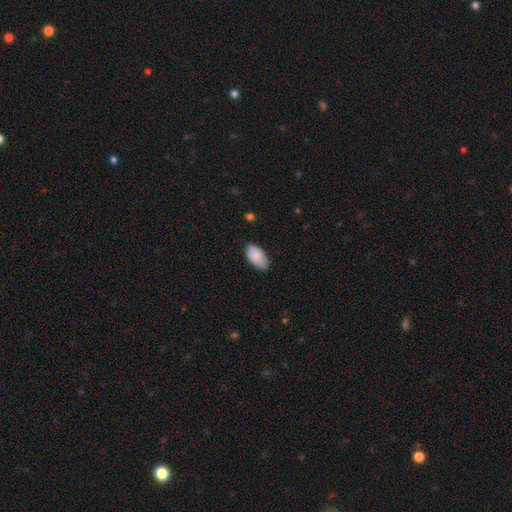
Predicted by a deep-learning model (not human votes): Overall: smooth (87%). How rounded: in between (95%). Merging: none (73%).